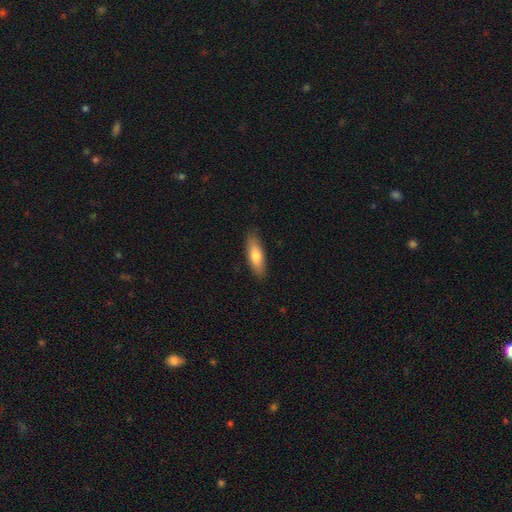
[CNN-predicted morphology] The model was most divided on "how rounded": in between: 54%, cigar-shaped: 44%, round: 2%. More confident: merging — none (86%); smooth or featured — smooth (74%).